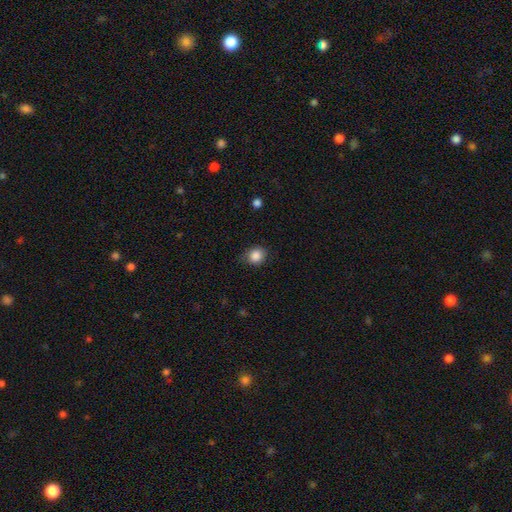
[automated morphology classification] Overall: smooth (86%). How rounded: round (70%). Merging: none (73%).